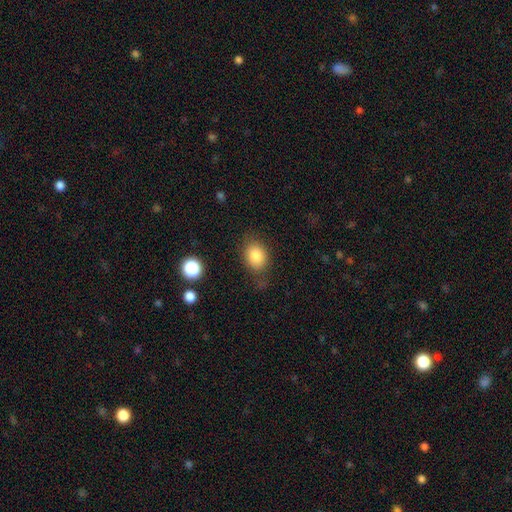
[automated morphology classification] smooth 83%, star or artifact 9%, featured or disk 8%. Down the decision tree: how rounded — in between (63%); merging — none (72%).